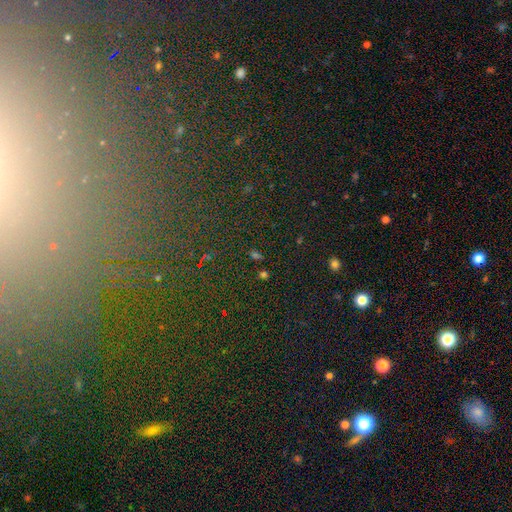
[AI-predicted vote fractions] Smooth or featured? Predicted: star or artifact (p=0.68).